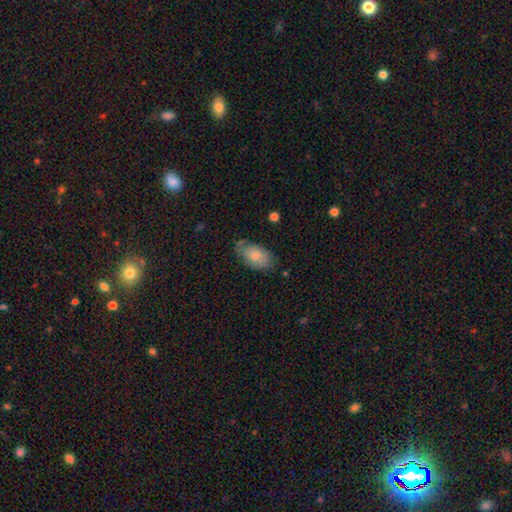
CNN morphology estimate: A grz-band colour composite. It shows a smooth galaxy with no disk features (76%) that is in between round and cigar-shaped (93%). Merging: none (64%).